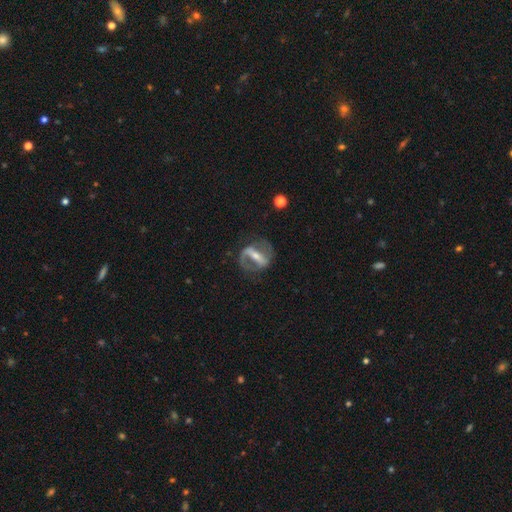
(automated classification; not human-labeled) featured or disk 82%, smooth 13%, star or artifact 6%. Down the decision tree: edge-on disk — no (91%); bar — strong (74%); spiral arms — yes (78%); spiral arm count — 2 (80%); spiral winding — medium (48%); bulge size — small (46%); merging — none (67%).